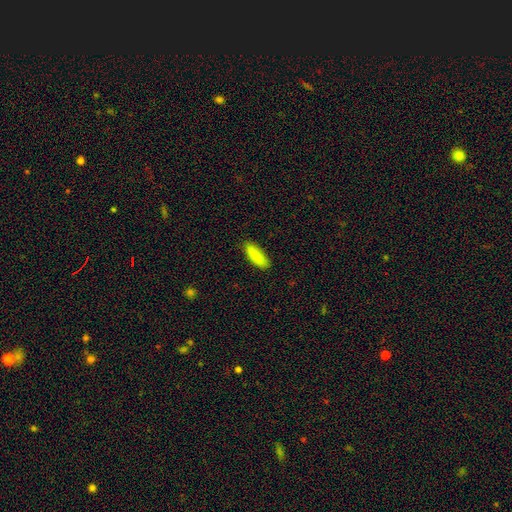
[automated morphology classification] Q: Smooth or featured?
A: smooth (88%); runner-up: star or artifact (6%)
Q: How rounded?
A: cigar-shaped (56%); runner-up: in between (43%)
Q: Merging?
A: none (87%); runner-up: minor disturbance (10%)